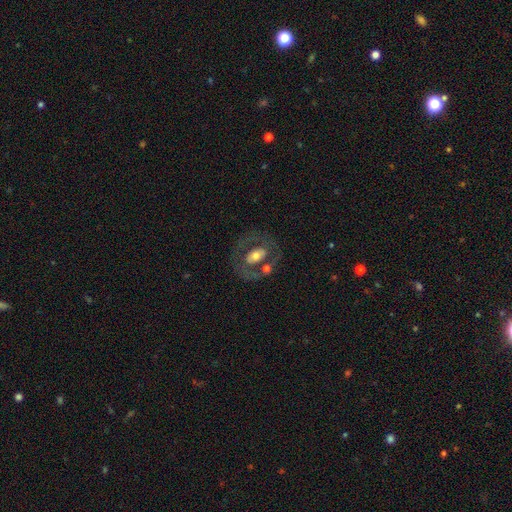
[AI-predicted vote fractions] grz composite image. It shows a featured or disk galaxy (57%) with no bar (70%), no spiral arms (77%) and a moderate central bulge (62%). Merging: none (63%).